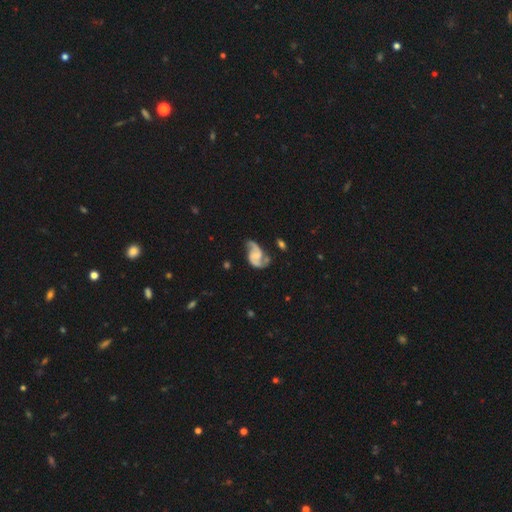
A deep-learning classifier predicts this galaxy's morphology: The model was most divided on "spiral winding": medium: 45%, loose: 42%, tight: 13%. Remaining: edge-on disk — no (98%); spiral arms — yes (96%); spiral arm count — 2 (90%); smooth or featured — featured or disk (87%); merging — none (57%); bar — no (53%); bulge size — small (40%).